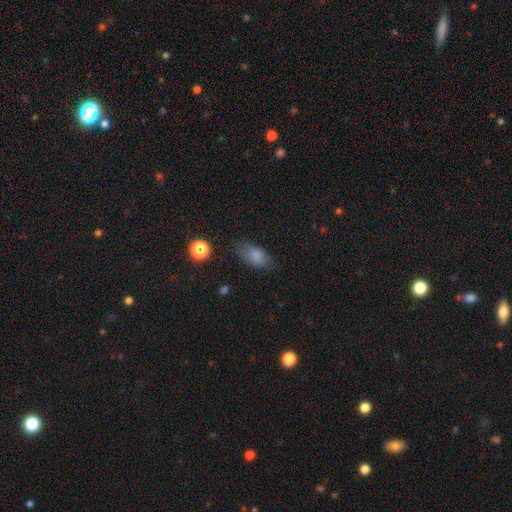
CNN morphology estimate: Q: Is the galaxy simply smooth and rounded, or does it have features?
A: smooth — 81%.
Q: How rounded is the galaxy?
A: in between — 87%.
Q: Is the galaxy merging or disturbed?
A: none — 68%.